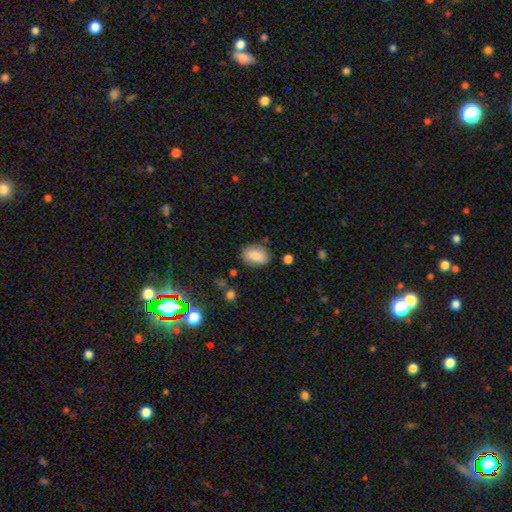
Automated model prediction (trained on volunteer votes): smooth-or-featured: smooth: 85% | star or artifact: 8% | featured or disk: 7%
  how-rounded: in between: 86% | round: 12% | cigar-shaped: 2%
  merging: none: 78% | minor disturbance: 15% | major disturbance: 4% | merger: 3%